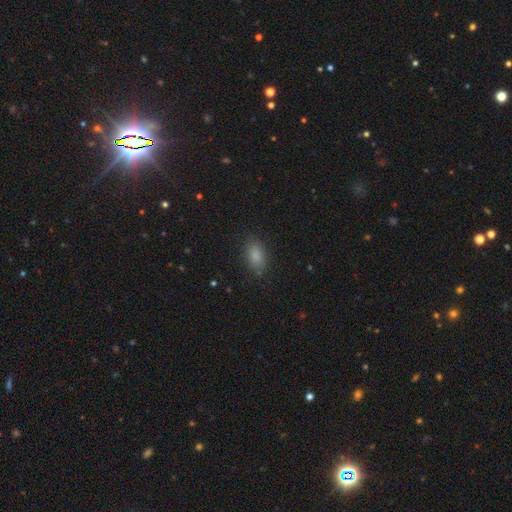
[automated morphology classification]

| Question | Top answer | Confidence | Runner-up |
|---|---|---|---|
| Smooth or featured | smooth | 86% | star or artifact (10%) |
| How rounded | in between | 89% | round (9%) |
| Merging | none | 85% | minor disturbance (11%) |